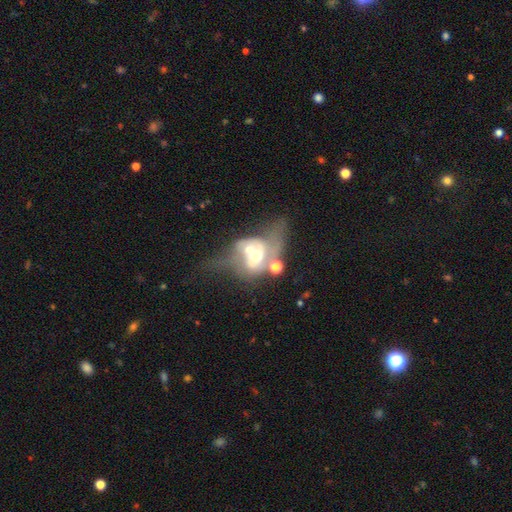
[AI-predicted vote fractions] Overall: featured or disk (63%; smooth 28%). Edge-on disk: no (94%). Bar: no (72%). Spiral arms: yes (50%, tied with no). Bulge size: moderate (63%). Merging: merger (49%; major disturbance 28%).